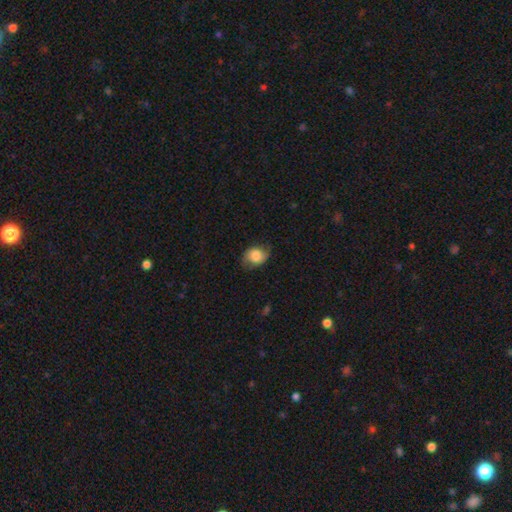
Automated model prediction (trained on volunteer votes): A smooth galaxy with no disk features (56%) that is in between round and cigar-shaped (57%). Merging: none (69%).